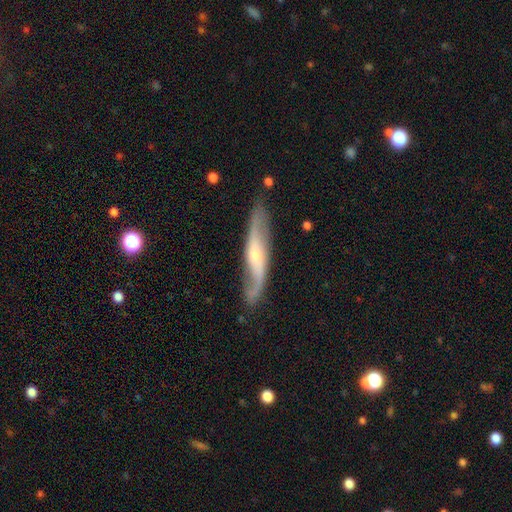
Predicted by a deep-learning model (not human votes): Smooth or featured?
  - featured or disk: 78% *
  - smooth: 16%
  - star or artifact: 5%
Edge-on disk?
  - no: 64% *
  - yes: 36%
Merging?
  - none: 76% *
  - minor disturbance: 17%
  - major disturbance: 5%
  - merger: 2%